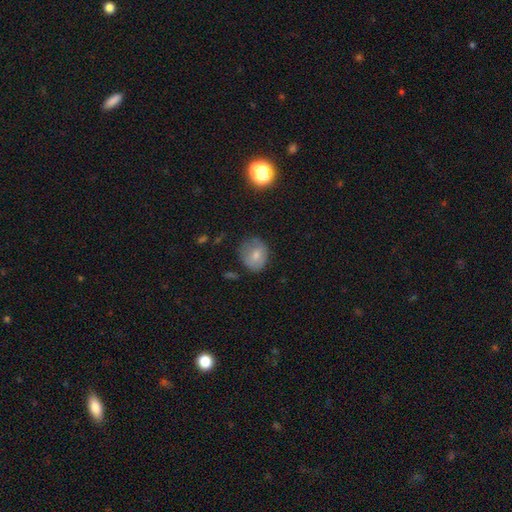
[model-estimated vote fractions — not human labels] Smooth or featured? smooth (71%)
How rounded? round (61%)
Merging? none (64%)